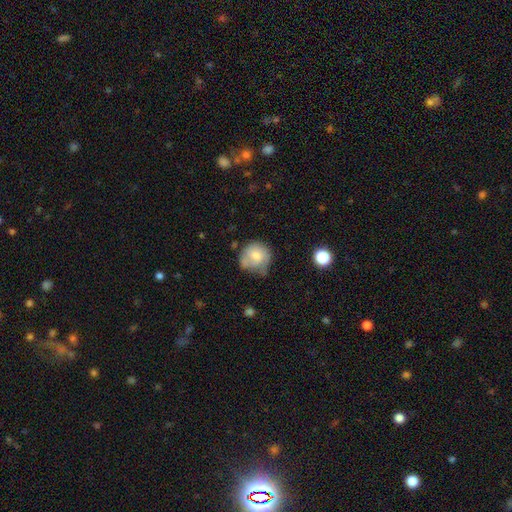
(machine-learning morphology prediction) Smooth or featured? smooth (64%)
How rounded? round (83%)
Merging? none (44%)